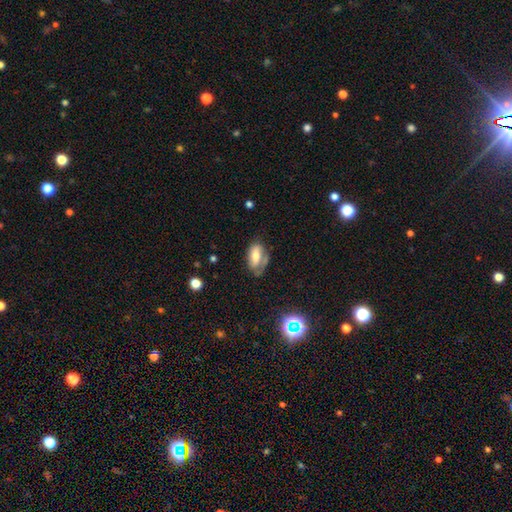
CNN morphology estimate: Q: Smooth or featured?
A: smooth (54%); runner-up: featured or disk (37%)
Q: How rounded?
A: in between (90%); runner-up: cigar-shaped (5%)
Q: Merging?
A: none (49%); runner-up: minor disturbance (29%)